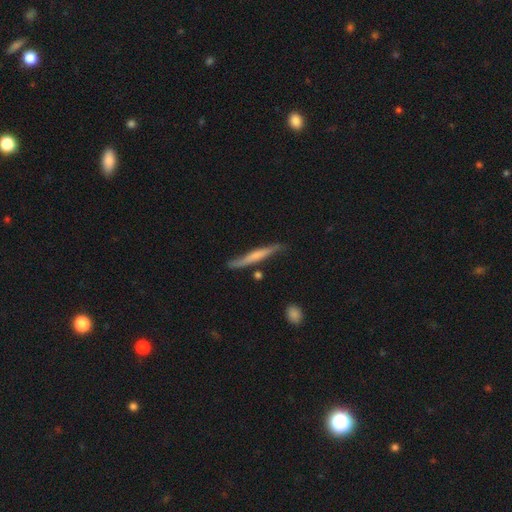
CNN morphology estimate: This is possibly a smooth galaxy (49%). Merging: likely none (71%).